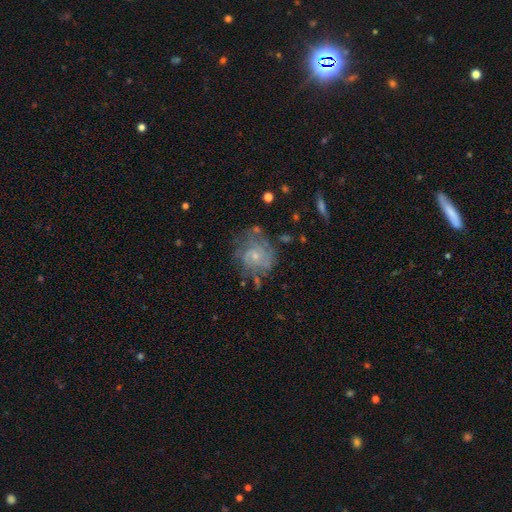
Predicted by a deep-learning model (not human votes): smooth_or_featured: featured or disk (p=0.73) [alt: smooth p=0.18]
disk_edge_on: no (p=0.98) [alt: yes p=0.02]
bar: no (p=0.71) [alt: weak p=0.25]
has_spiral_arms: yes (p=0.84) [alt: no p=0.16]
spiral_winding: tight (p=0.55) [alt: medium p=0.34]
spiral_arm_count: can't tell (p=0.45) [alt: 2 p=0.21]
bulge_size: small (p=0.70) [alt: moderate p=0.23]
merging: none (p=0.56) [alt: minor disturbance p=0.23]